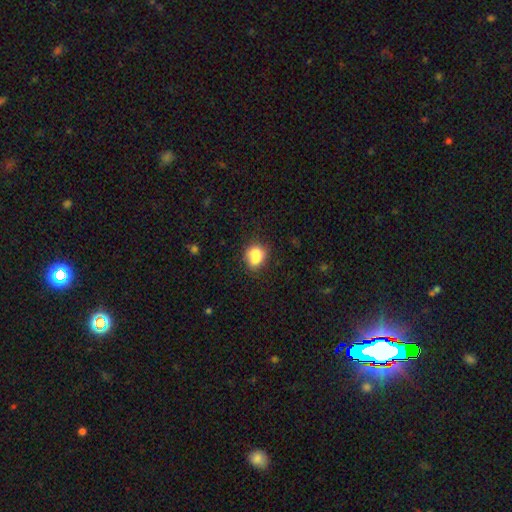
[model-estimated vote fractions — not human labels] smooth-or-featured: smooth: 73% | featured or disk: 17% | star or artifact: 10%
  how-rounded: round: 60% | in between: 39% | cigar-shaped: 1%
  merging: merger: 48% | none: 35% | minor disturbance: 13% | major disturbance: 5%